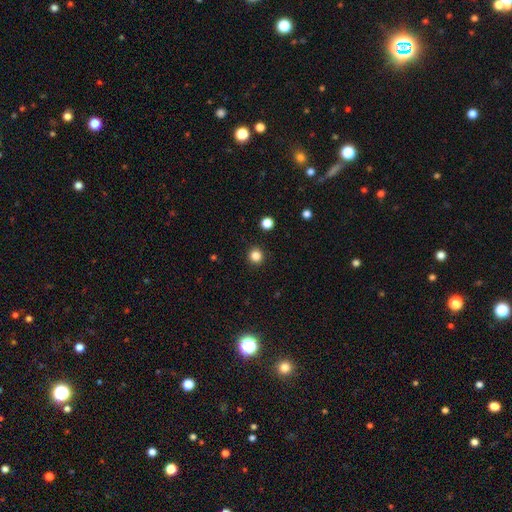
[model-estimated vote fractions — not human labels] This is clearly a smooth galaxy (84%). How rounded: clearly round (94%). Merging: clearly none (92%).